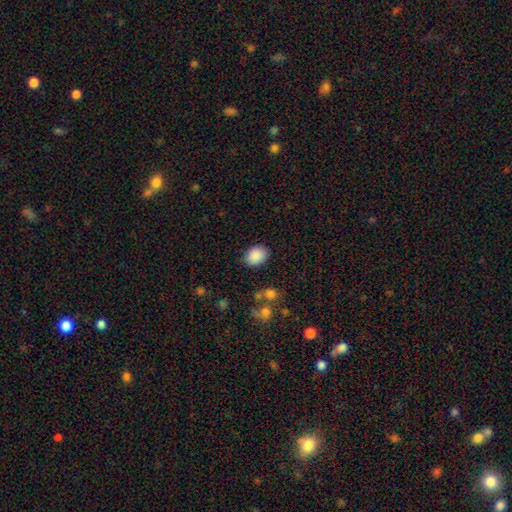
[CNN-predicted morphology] Q: Smooth or featured?
A: smooth (88%); runner-up: star or artifact (8%)
Q: How rounded?
A: in between (60%); runner-up: round (39%)
Q: Merging?
A: none (84%); runner-up: minor disturbance (11%)